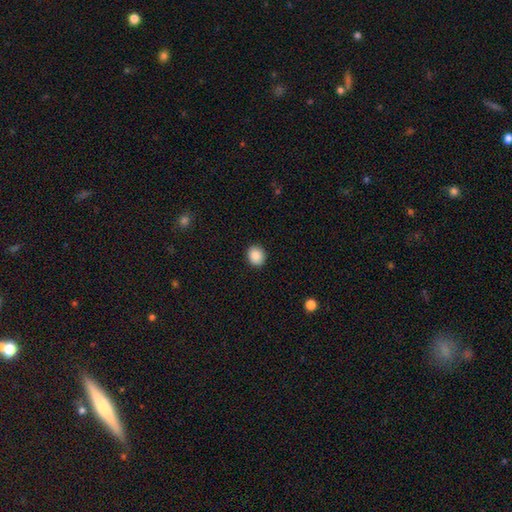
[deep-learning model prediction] A smooth galaxy with no disk features (89%) that is round (71%). Merging: none (91%).